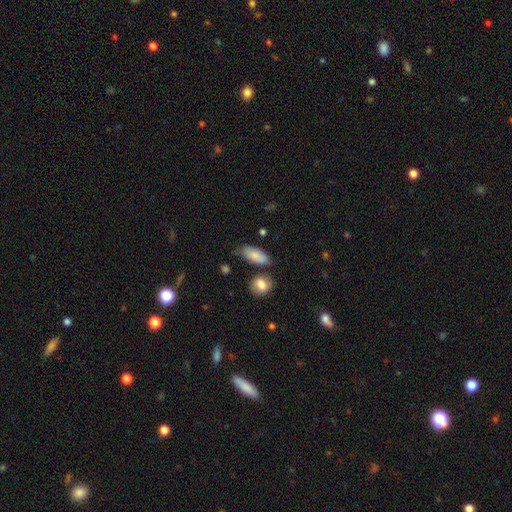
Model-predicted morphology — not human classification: Smooth or featured: smooth — 82% (featured or disk — 11%)
How rounded: in between — 85% (cigar-shaped — 11%)
Merging: none — 65% (minor disturbance — 21%)